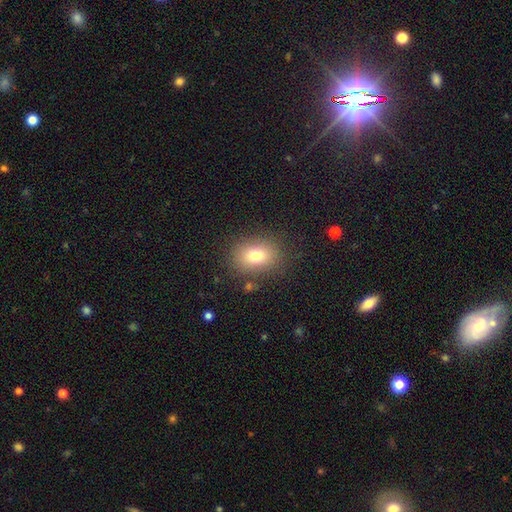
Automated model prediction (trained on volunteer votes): smooth-or-featured: smooth: 78% | star or artifact: 11% | featured or disk: 11%
  how-rounded: in between: 61% | round: 38% | cigar-shaped: 1%
  merging: none: 83% | minor disturbance: 11% | major disturbance: 4% | merger: 2%